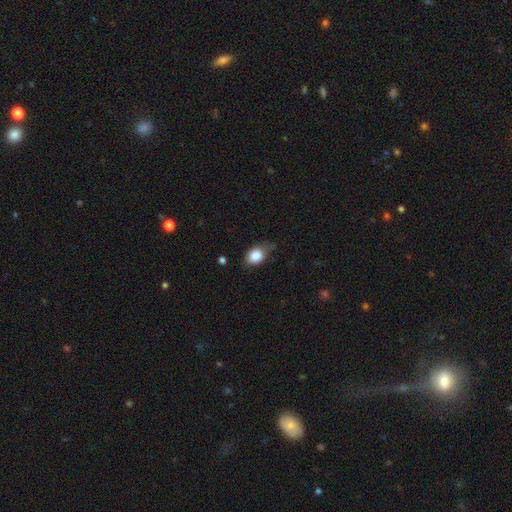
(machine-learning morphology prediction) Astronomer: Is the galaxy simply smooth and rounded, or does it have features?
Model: smooth — 85%.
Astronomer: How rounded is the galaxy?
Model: in between — 55% (runner-up: round, 44%).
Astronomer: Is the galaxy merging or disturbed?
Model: none — 51% (runner-up: minor disturbance, 36%).